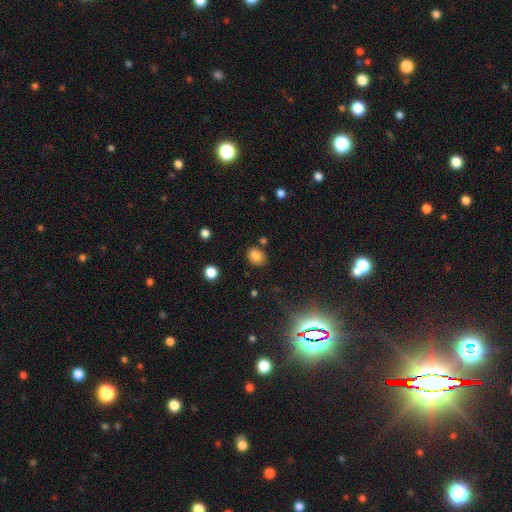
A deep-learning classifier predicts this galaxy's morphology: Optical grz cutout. It shows a smooth galaxy with no disk features (82%) that is in between round and cigar-shaped (58%). Merging: none (81%).